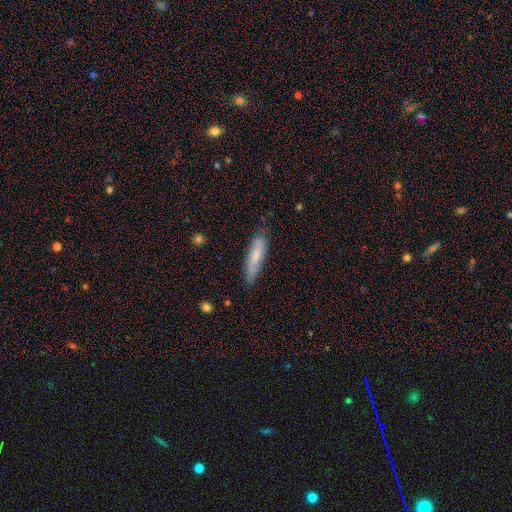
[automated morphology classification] smooth-or-featured: smooth: 68% | featured or disk: 26% | star or artifact: 6%
  how-rounded: cigar-shaped: 70% | in between: 29% | round: 2%
  merging: none: 74% | minor disturbance: 20% | major disturbance: 4% | merger: 2%